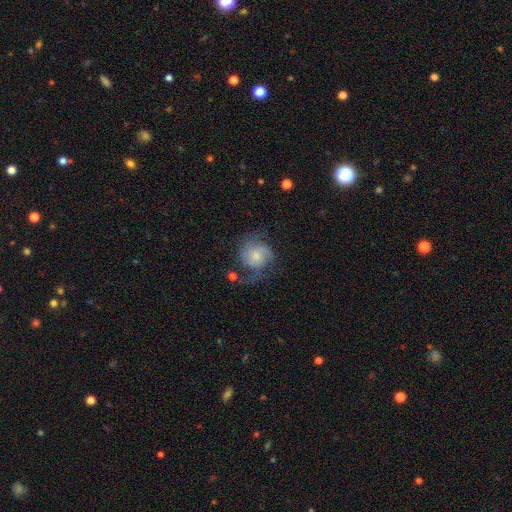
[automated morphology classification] Smooth or featured?
  - featured or disk: 59% *
  - smooth: 33%
  - star or artifact: 8%
Edge-on disk?
  - no: 98% *
  - yes: 2%
Bar?
  - no: 75% *
  - weak: 22%
  - strong: 3%
Spiral arms?
  - yes: 85% *
  - no: 15%
Bulge size?
  - moderate: 46% *
  - small: 43%
  - large: 5%
  - none: 5%
  - dominant: 2%
Merging?
  - none: 44% *
  - major disturbance: 27%
  - minor disturbance: 24%
  - merger: 4%